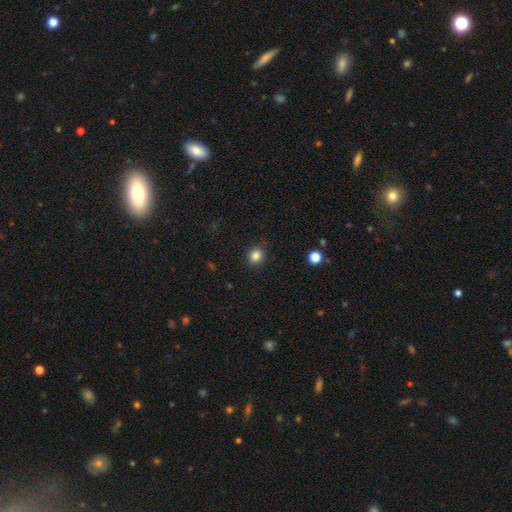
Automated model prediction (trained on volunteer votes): smooth-or-featured: smooth: 85% | star or artifact: 11% | featured or disk: 4%
  how-rounded: round: 81% | in between: 18% | cigar-shaped: 1%
  merging: none: 89% | minor disturbance: 7% | major disturbance: 2% | merger: 1%